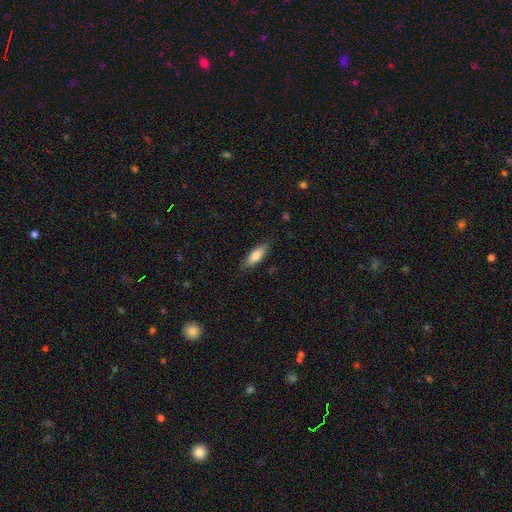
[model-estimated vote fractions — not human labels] smooth_or_featured: smooth (p=0.74) [alt: featured or disk p=0.20]
how_rounded: in between (p=0.55) [alt: cigar-shaped p=0.43]
merging: none (p=0.85) [alt: minor disturbance p=0.12]